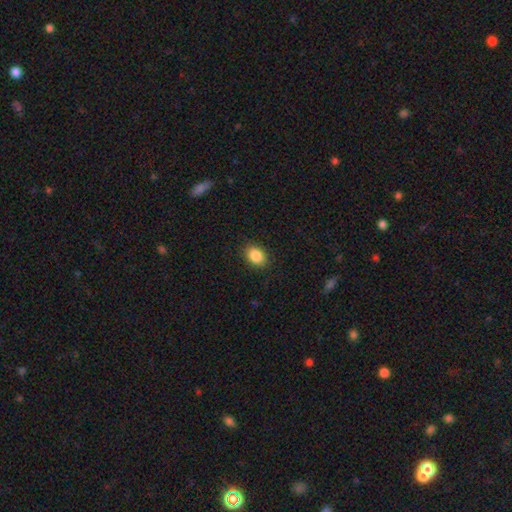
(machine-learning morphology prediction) This is clearly a smooth galaxy (88%). How rounded: likely in between (70%). Merging: clearly none (88%).